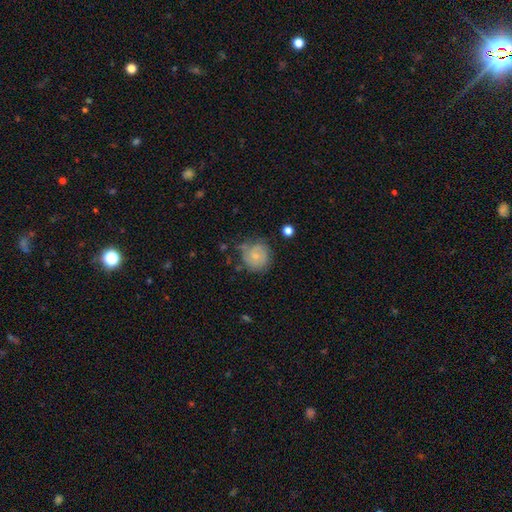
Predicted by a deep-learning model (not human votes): Overall: smooth (58%; featured or disk 34%). How rounded: round (84%). Merging: none (57%; minor disturbance 28%).